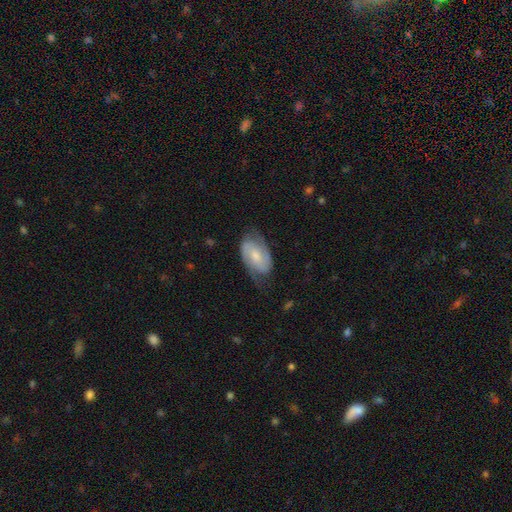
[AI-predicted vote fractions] Smooth or featured?
  - featured or disk: 69% *
  - smooth: 25%
  - star or artifact: 6%
Edge-on disk?
  - no: 96% *
  - yes: 4%
Bar?
  - weak: 43% * (tied)
  - no: 43% * (tied)
  - strong: 14%
Spiral arms?
  - yes: 91% *
  - no: 9%
Spiral winding?
  - medium: 44% *
  - tight: 37%
  - loose: 19%
Spiral arm count?
  - 2: 84% *
  - can't tell: 10%
  - 1: 3%
  - 3: 2%
  - 4: 1%
  - more than 4: 1%
Bulge size?
  - moderate: 47% *
  - small: 40%
  - none: 6%
  - large: 6%
  - dominant: 1%
Merging?
  - none: 66% *
  - minor disturbance: 23%
  - major disturbance: 10%
  - merger: 1%